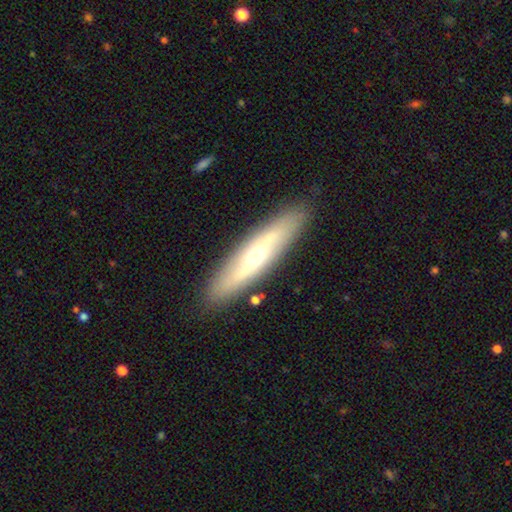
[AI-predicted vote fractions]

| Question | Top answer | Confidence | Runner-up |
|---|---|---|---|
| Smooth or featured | featured or disk | 55% | smooth (39%) |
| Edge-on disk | yes | 58% | no (42%) |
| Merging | none | 87% | minor disturbance (9%) |